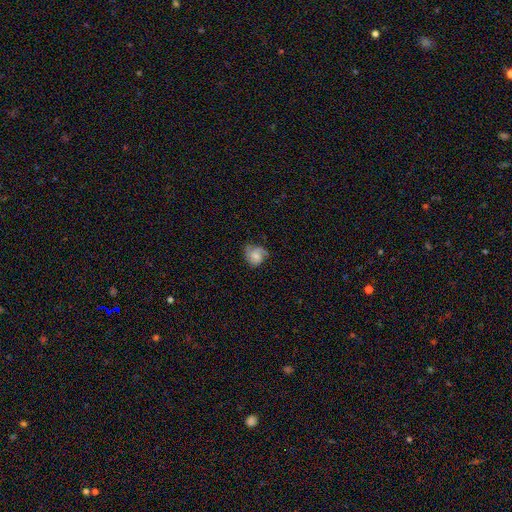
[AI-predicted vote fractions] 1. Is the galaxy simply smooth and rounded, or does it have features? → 51% featured or disk, 40% smooth, 8% star or artifact.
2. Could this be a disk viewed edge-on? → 98% no, 2% yes.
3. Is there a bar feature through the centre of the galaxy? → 68% no, 28% weak, 4% strong.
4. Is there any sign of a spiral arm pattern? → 89% yes, 11% no.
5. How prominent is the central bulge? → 43% small, 37% moderate, 14% none, 5% large, 1% dominant.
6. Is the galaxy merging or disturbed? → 57% none, 28% minor disturbance, 14% major disturbance, 1% merger.